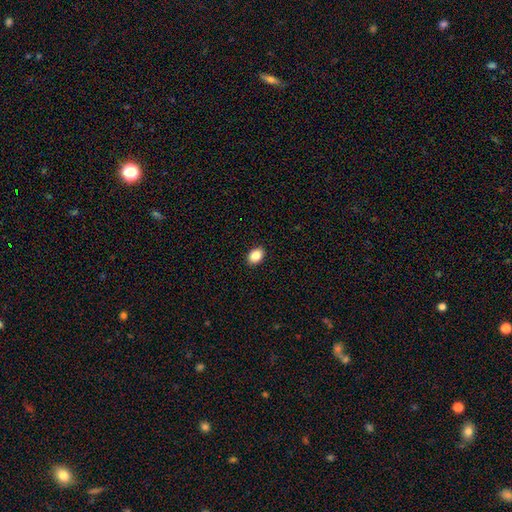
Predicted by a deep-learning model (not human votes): This is clearly a smooth galaxy (87%). How rounded: likely in between (74%). Merging: clearly none (91%).